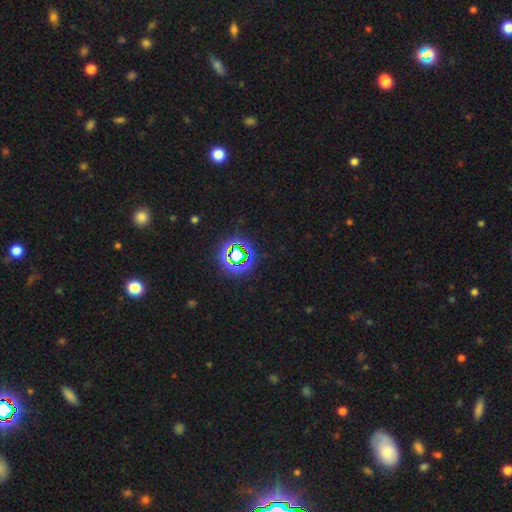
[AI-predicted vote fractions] Smooth or featured?
  - star or artifact: 77% *
  - smooth: 16%
  - featured or disk: 8%